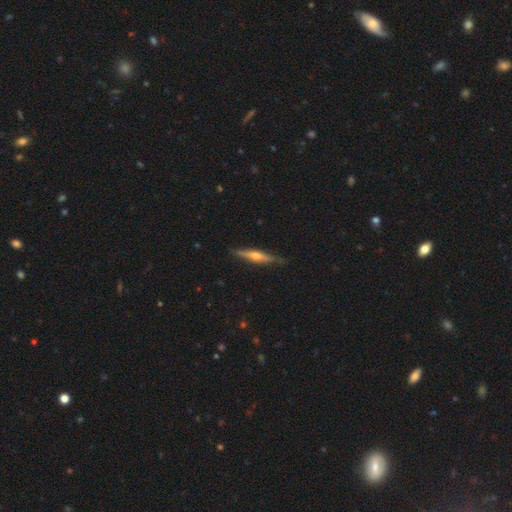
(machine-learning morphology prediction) A featured or disk galaxy (73%) viewed edge-on (97%) with a rounded central bulge (87%).

Vote fractions:
- Smooth or featured? featured or disk: 73% / smooth: 22% / star or artifact: 6%
- Edge-on disk? yes: 97% / no: 3%
- Edge-on bulge? rounded: 87% / boxy: 7% / none: 6%
- Merging? none: 86% / minor disturbance: 11% / major disturbance: 2% / merger: 1%